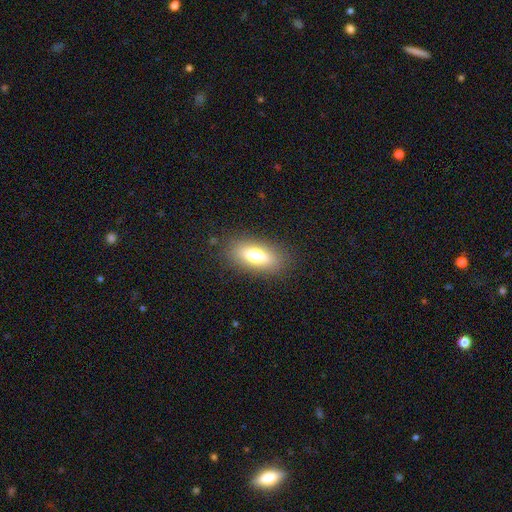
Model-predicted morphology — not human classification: type=smooth (72%); roundness=in between (78%); merging=none (85%).